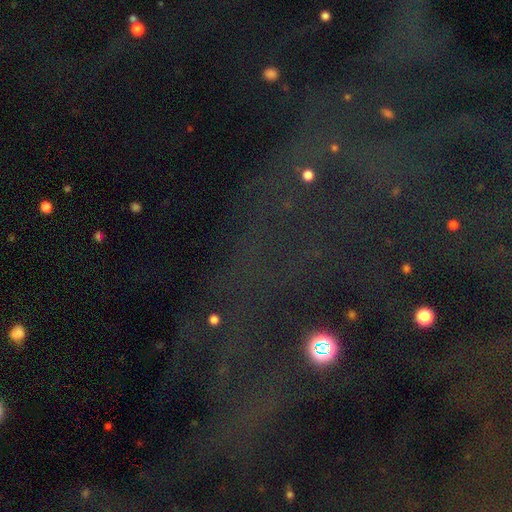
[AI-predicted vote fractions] star or artifact 77%, smooth 11%, featured or disk 11%.